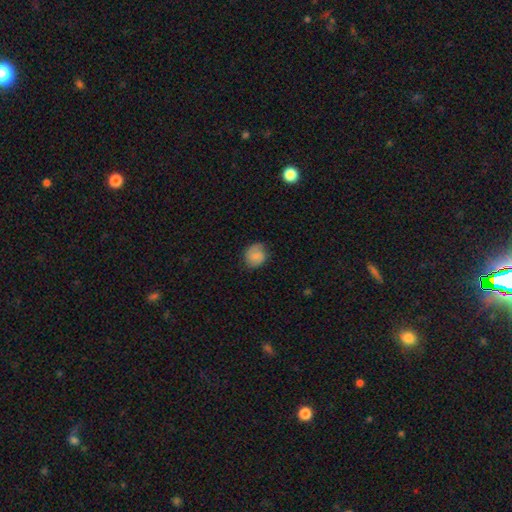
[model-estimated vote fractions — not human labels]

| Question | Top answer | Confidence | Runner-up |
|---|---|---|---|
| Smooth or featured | smooth | 77% | featured or disk (15%) |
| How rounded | round | 71% | in between (28%) |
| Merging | none | 74% | minor disturbance (20%) |